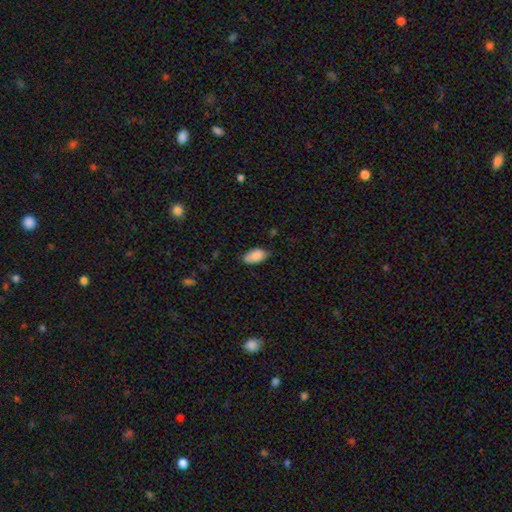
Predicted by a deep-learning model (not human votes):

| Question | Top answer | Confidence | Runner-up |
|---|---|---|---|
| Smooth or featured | smooth | 87% | star or artifact (7%) |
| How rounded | in between | 94% | round (4%) |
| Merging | none | 70% | minor disturbance (25%) |